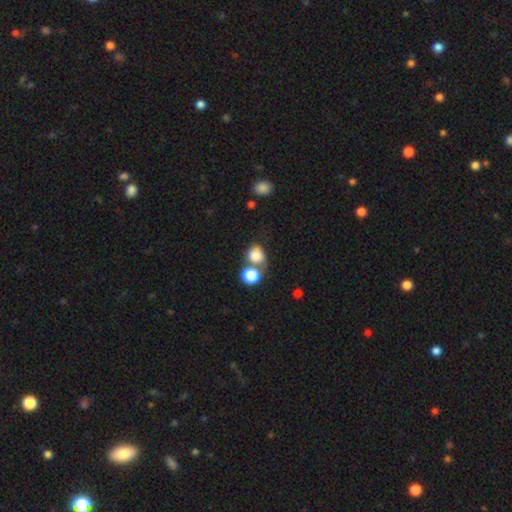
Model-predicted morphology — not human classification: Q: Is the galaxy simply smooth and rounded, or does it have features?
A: smooth — 80%.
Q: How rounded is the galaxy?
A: round — 62%.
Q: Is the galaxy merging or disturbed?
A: none — 41%.